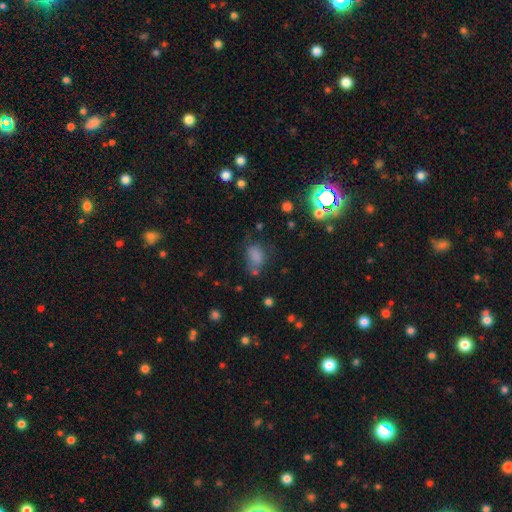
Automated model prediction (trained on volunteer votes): Smooth or featured: smooth — 75% (star or artifact — 14%)
How rounded: in between — 80% (round — 18%)
Merging: none — 48% (minor disturbance — 27%)